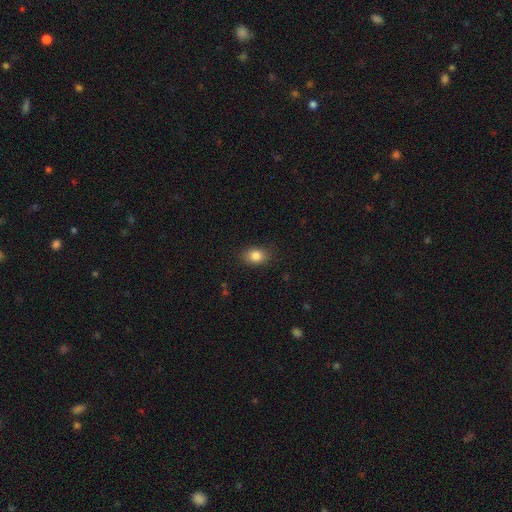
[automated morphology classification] Overall: smooth (84%). How rounded: in between (73%). Merging: none (86%).